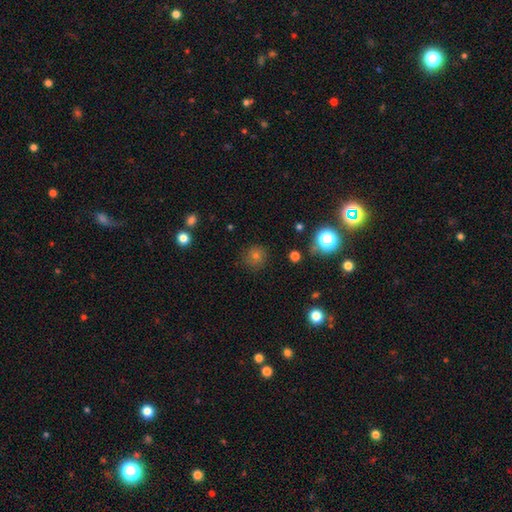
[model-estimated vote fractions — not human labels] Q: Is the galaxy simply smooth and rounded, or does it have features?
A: smooth — 63%.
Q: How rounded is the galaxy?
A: round — 92%.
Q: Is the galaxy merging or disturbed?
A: none — 84%.